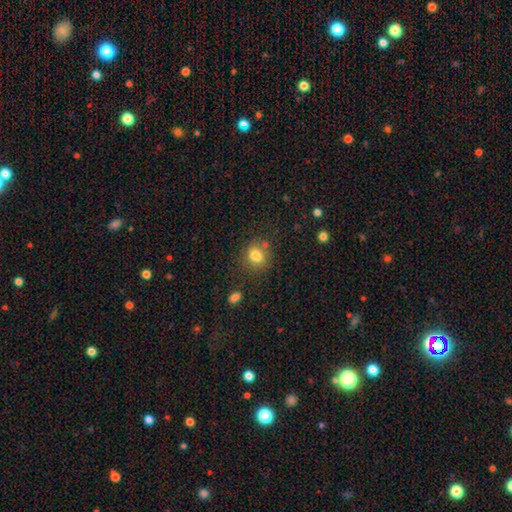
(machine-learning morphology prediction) smooth 80%, star or artifact 11%, featured or disk 8%. Down the decision tree: how rounded — round (62%); merging — none (72%).